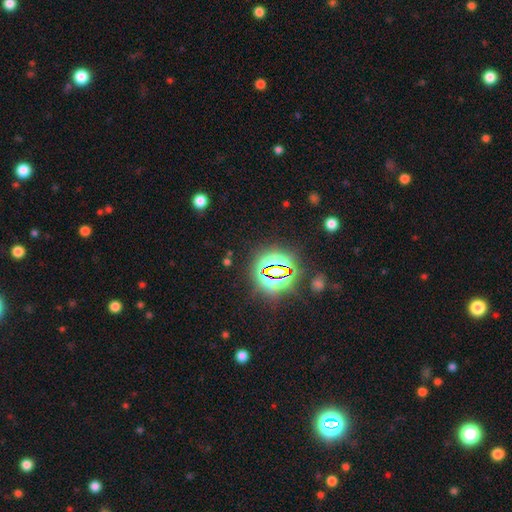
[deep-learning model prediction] This is clearly a star or artifact rather than a galaxy (83%).